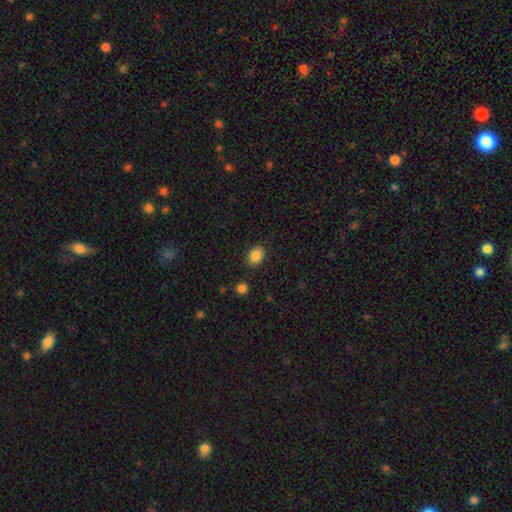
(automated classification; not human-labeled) This is clearly a smooth galaxy (86%). How rounded: likely in between (70%). Merging: clearly none (86%).